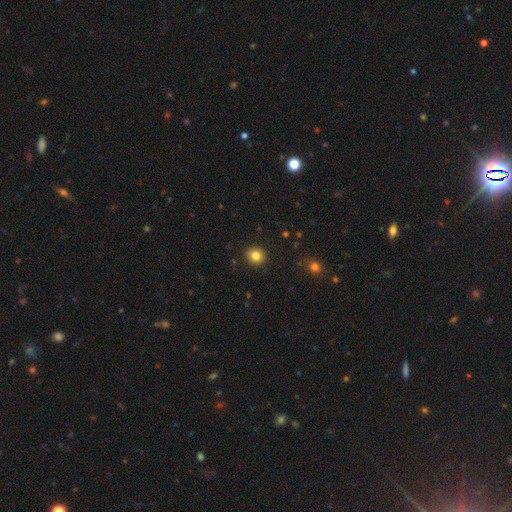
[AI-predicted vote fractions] The model was most divided on "how rounded": round: 77%, in between: 22%, cigar-shaped: 1%. More confident: merging — none (91%); smooth or featured — smooth (83%).